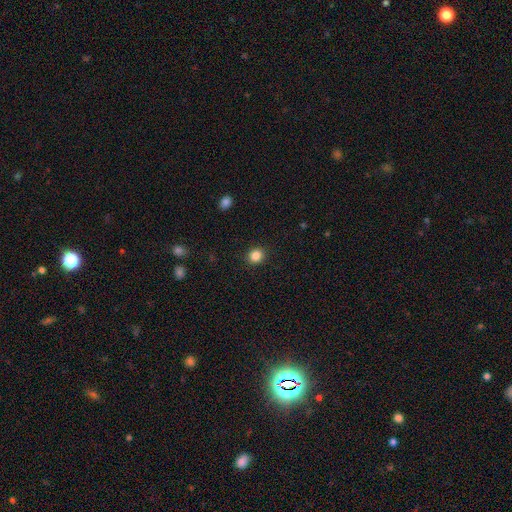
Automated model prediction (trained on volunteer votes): A smooth galaxy with no disk features (85%) that is round (82%). Merging: none (91%).